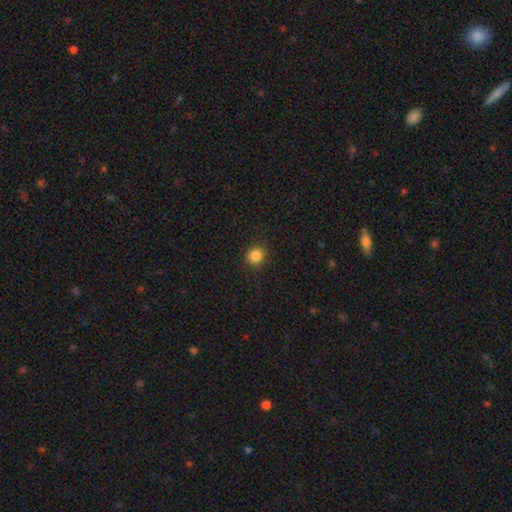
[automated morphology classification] Smooth or featured? smooth (85%)
How rounded? round (88%)
Merging? none (90%)